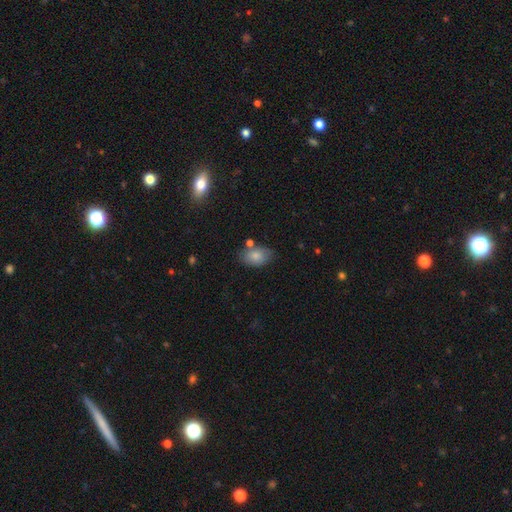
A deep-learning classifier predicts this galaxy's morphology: smooth 80%, featured or disk 12%, star or artifact 7%. Down the decision tree: how rounded — in between (89%); merging — none (69%).